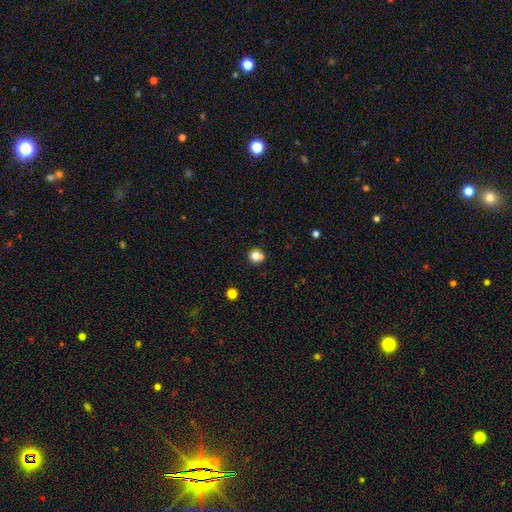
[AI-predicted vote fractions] smooth-or-featured: smooth: 79% | star or artifact: 13% | featured or disk: 8%
  how-rounded: round: 87% | in between: 12% | cigar-shaped: 1%
  merging: none: 71% | merger: 13% | minor disturbance: 12% | major disturbance: 3%